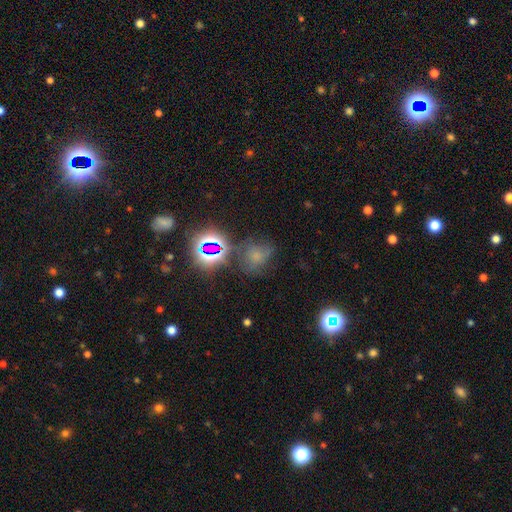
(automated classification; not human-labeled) This appears to be a smooth galaxy with no disk features (46%). Merging: none (56%).